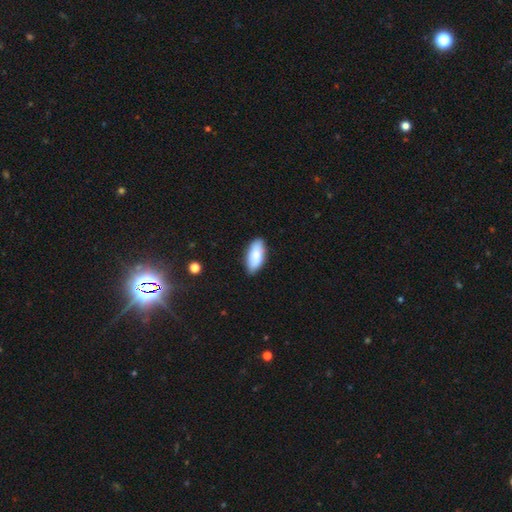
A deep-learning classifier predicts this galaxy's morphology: This appears to be a smooth galaxy with no disk features (84%) that is in between round and cigar-shaped (88%). Merging: none (84%).